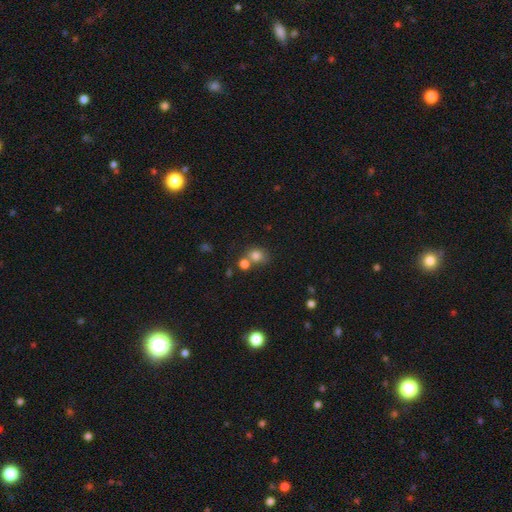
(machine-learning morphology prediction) A smooth galaxy with no disk features (78%) that is round (74%).

Vote fractions:
- Smooth or featured? smooth: 78% / star or artifact: 13% / featured or disk: 9%
- How rounded? round: 74% / in between: 25% / cigar-shaped: 1%
- Merging? none: 50% / merger: 36% / minor disturbance: 10% / major disturbance: 4%